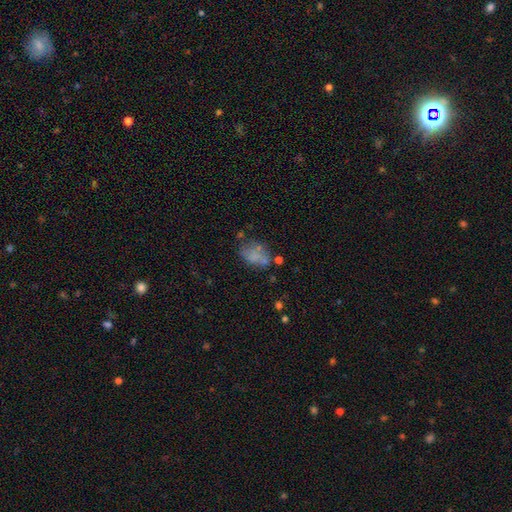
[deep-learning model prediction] Q: Smooth or featured?
A: smooth (58%); runner-up: featured or disk (28%)
Q: How rounded?
A: in between (83%); runner-up: round (15%)
Q: Merging?
A: none (47%); runner-up: minor disturbance (23%)